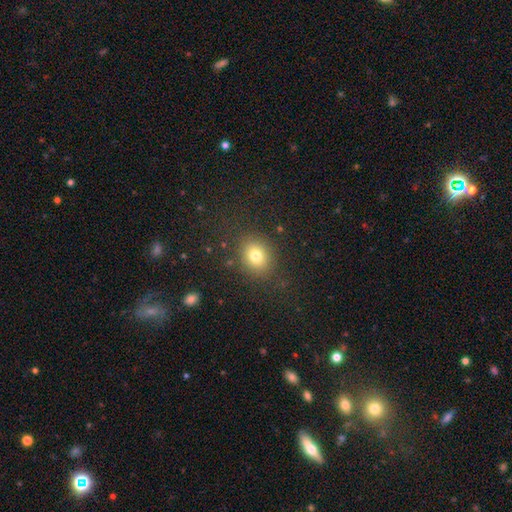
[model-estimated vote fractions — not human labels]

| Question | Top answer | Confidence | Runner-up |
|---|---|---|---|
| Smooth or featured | smooth | 77% | star or artifact (14%) |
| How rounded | round | 65% | in between (34%) |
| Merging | none | 84% | minor disturbance (9%) |